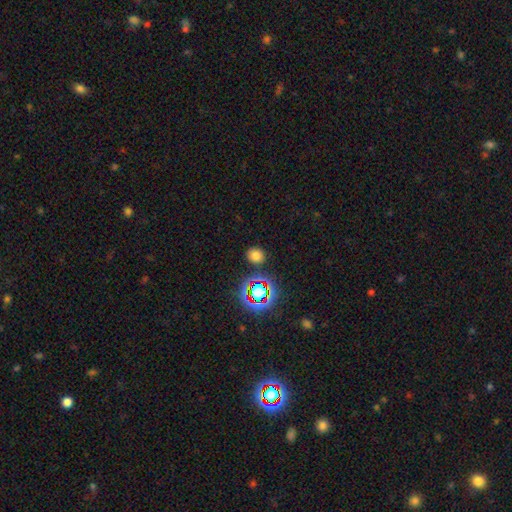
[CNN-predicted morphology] type=smooth (72%); roundness=round (77%); merging=none (85%).